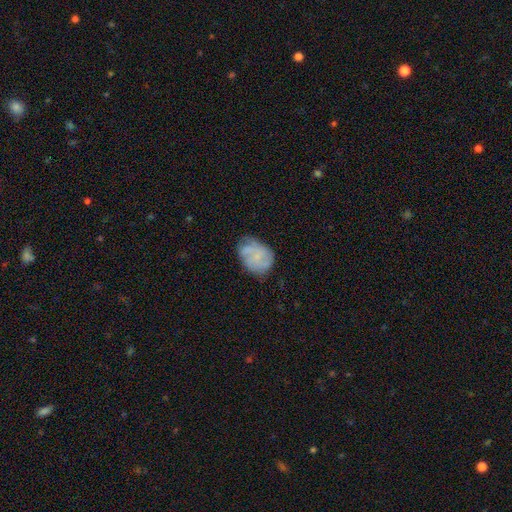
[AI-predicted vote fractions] This appears to be a featured or disk galaxy (47%). Merging: none (58%).